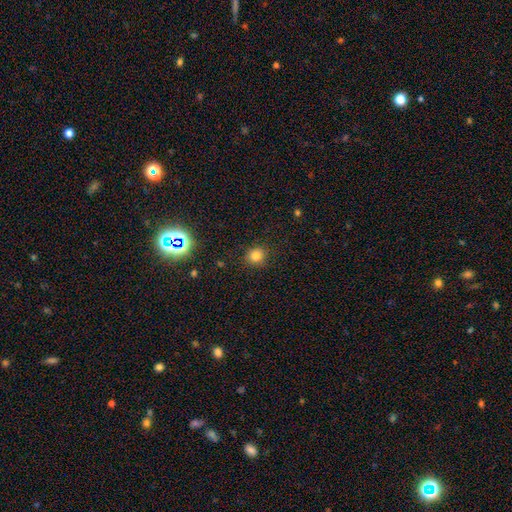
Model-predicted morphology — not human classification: Q: Smooth or featured?
A: smooth (78%); runner-up: star or artifact (16%)
Q: How rounded?
A: round (87%); runner-up: in between (12%)
Q: Merging?
A: none (88%); runner-up: minor disturbance (8%)